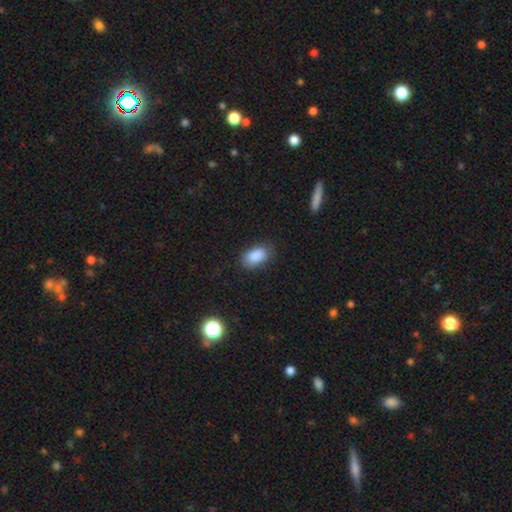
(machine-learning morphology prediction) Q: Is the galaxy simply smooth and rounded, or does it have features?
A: smooth — 88%.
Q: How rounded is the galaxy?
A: in between — 92%.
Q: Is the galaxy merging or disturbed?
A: none — 81%.